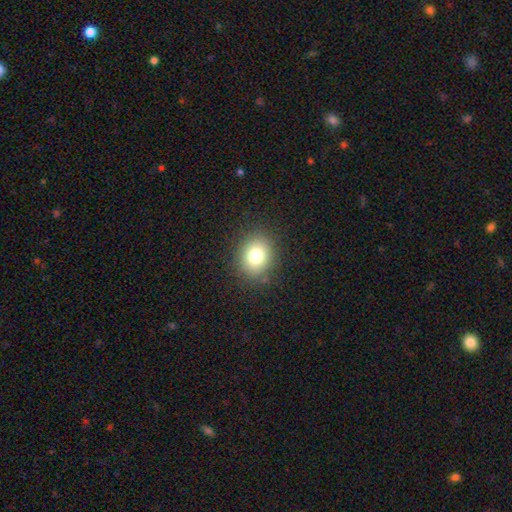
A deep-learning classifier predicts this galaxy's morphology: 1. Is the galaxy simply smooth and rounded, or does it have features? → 78% smooth, 12% star or artifact, 10% featured or disk.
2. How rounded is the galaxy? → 57% round, 42% in between, 1% cigar-shaped.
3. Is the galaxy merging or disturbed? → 86% none, 10% minor disturbance, 4% major disturbance, 1% merger.